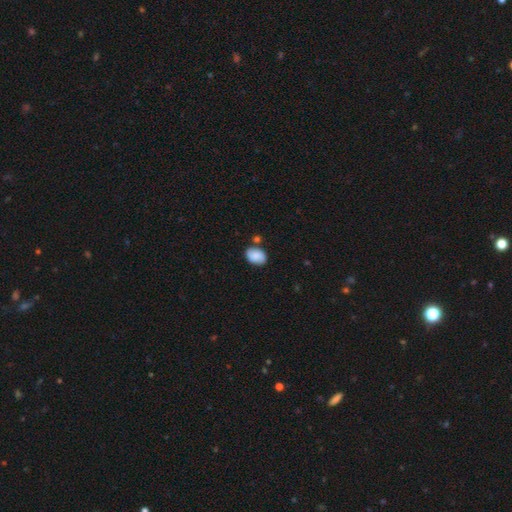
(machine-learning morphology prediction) Smooth or featured: smooth — 86% (featured or disk — 7%)
How rounded: in between — 78% (round — 21%)
Merging: none — 72% (minor disturbance — 15%)